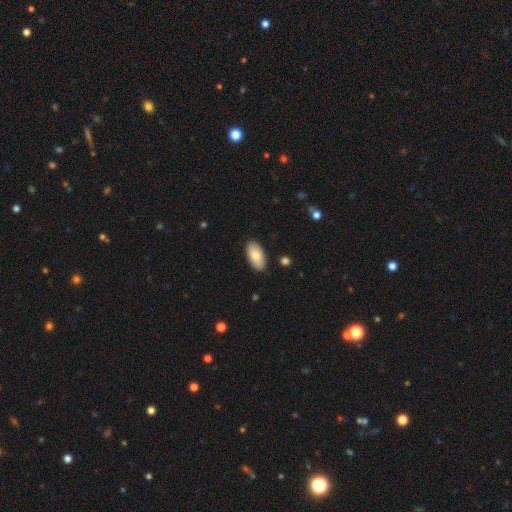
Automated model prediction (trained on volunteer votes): Smooth or featured: smooth — 83% (featured or disk — 11%)
How rounded: in between — 94% (cigar-shaped — 4%)
Merging: none — 88% (minor disturbance — 9%)